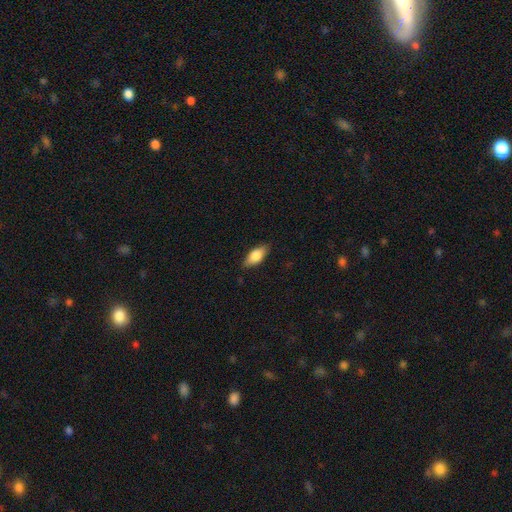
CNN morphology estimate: type=smooth (77%); roundness=in between (85%); merging=none (83%).